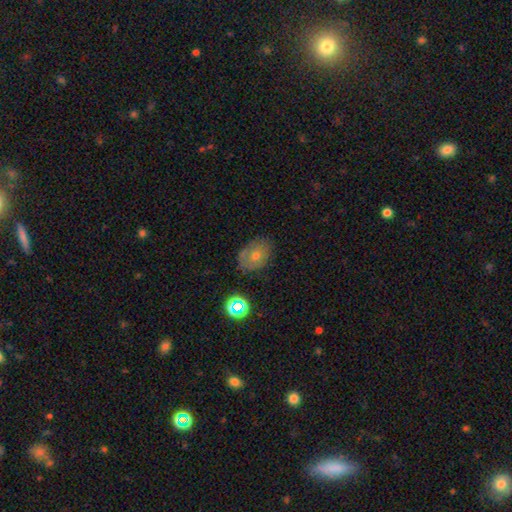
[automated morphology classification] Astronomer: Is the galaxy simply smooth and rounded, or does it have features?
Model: smooth — 50% (runner-up: featured or disk, 35%).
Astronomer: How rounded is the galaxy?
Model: in between — 69%.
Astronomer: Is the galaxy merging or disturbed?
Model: none — 75%.